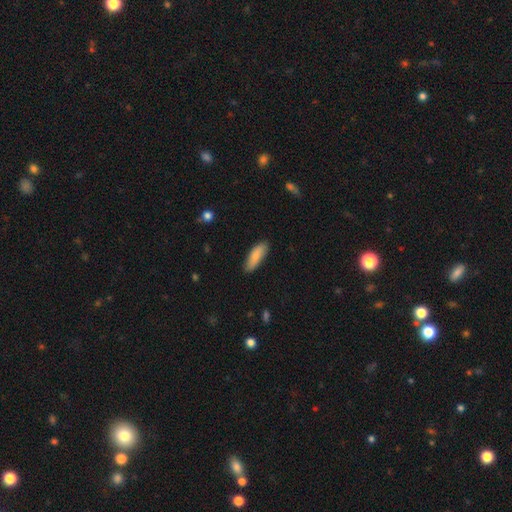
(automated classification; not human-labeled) Smooth or featured? Predicted: smooth (p=0.85). How rounded? Predicted: in between (p=0.57). Merging? Predicted: none (p=0.84).